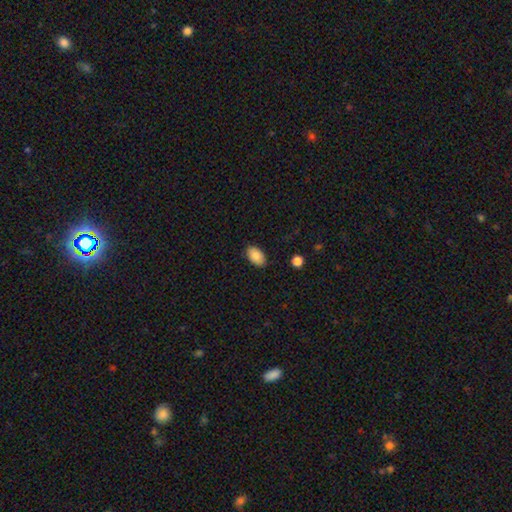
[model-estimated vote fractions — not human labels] Smooth or featured? smooth (87%)
How rounded? in between (93%)
Merging? none (86%)